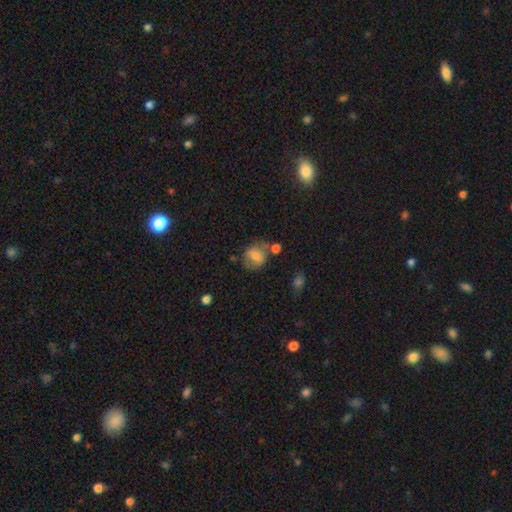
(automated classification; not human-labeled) This is likely a smooth galaxy (65%). How rounded: likely round (62%). Merging: possibly none (57%).